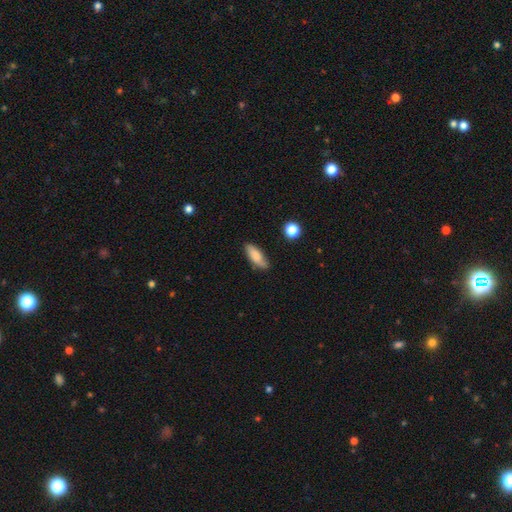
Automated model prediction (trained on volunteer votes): Q: Smooth or featured?
A: smooth (77%); runner-up: featured or disk (16%)
Q: How rounded?
A: in between (69%); runner-up: cigar-shaped (28%)
Q: Merging?
A: none (76%); runner-up: minor disturbance (18%)